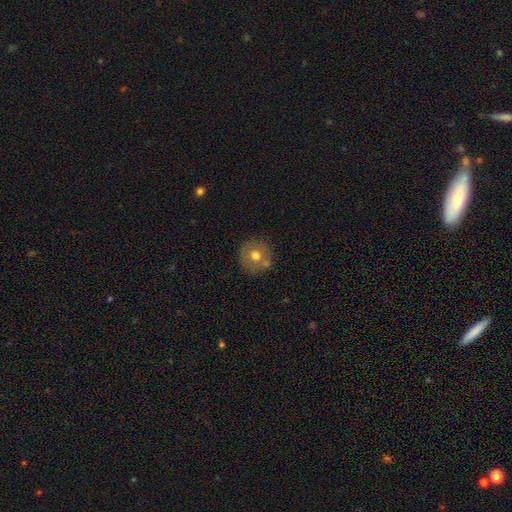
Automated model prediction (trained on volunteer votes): Smooth or featured: smooth — 61% (featured or disk — 30%)
How rounded: round — 93% (in between — 6%)
Merging: none — 77% (minor disturbance — 11%)